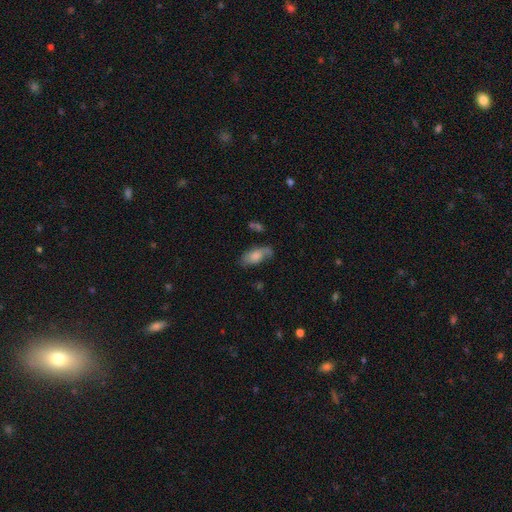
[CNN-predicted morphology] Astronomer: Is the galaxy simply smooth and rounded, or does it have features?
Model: smooth — 64%.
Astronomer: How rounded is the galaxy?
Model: in between — 87%.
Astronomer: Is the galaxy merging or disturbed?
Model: none — 55%.